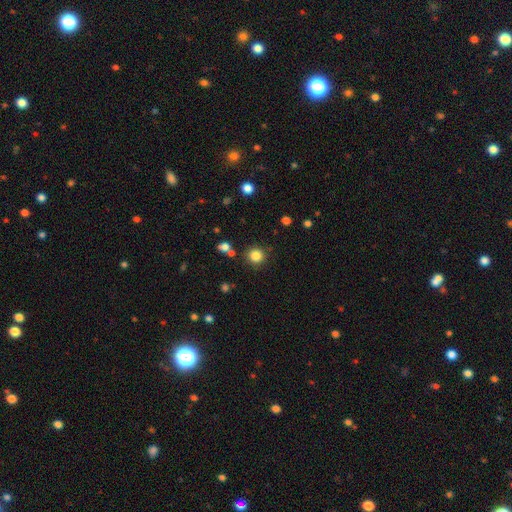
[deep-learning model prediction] Smooth or featured? smooth (84%)
How rounded? round (91%)
Merging? none (85%)